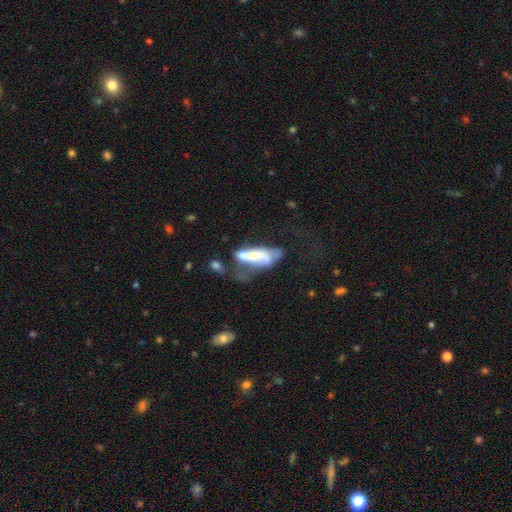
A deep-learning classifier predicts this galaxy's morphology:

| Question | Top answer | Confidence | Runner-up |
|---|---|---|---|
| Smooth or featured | featured or disk | 46% | smooth (45%) |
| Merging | major disturbance | 33% | merger (29%) |